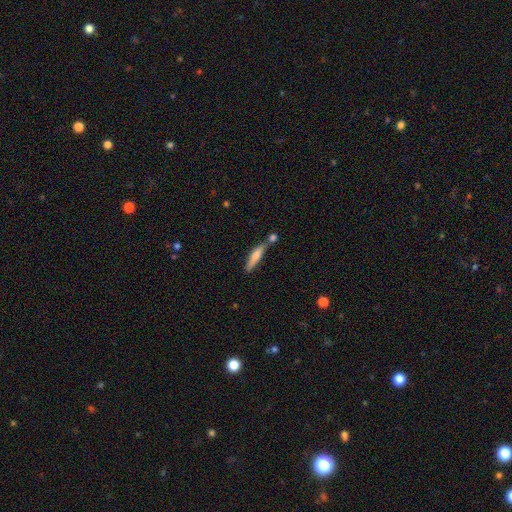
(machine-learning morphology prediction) smooth-or-featured: smooth: 64% | featured or disk: 29% | star or artifact: 7%
  how-rounded: cigar-shaped: 84% | in between: 14% | round: 2%
  merging: none: 53% | merger: 24% | minor disturbance: 17% | major disturbance: 6%